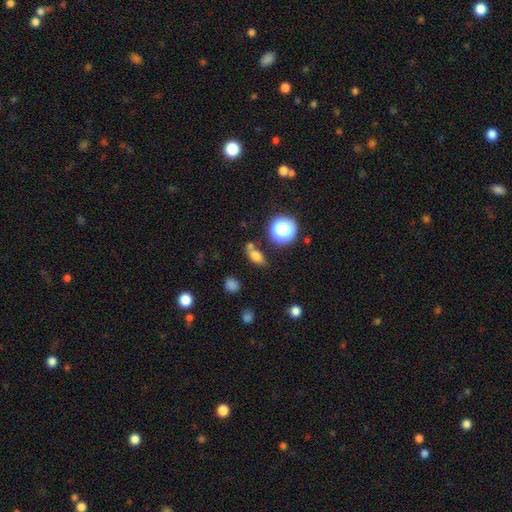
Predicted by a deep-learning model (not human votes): smooth 73%, star or artifact 16%, featured or disk 11%. Down the decision tree: how rounded — in between (70%); merging — none (61%).